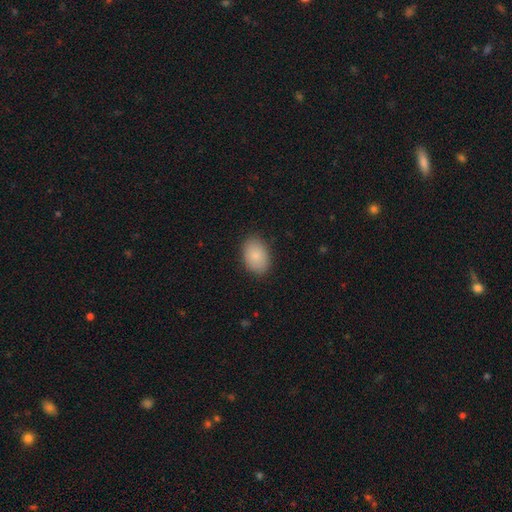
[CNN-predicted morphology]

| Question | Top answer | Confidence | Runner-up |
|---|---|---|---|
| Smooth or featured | smooth | 85% | featured or disk (8%) |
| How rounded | in between | 85% | round (13%) |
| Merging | none | 86% | minor disturbance (10%) |